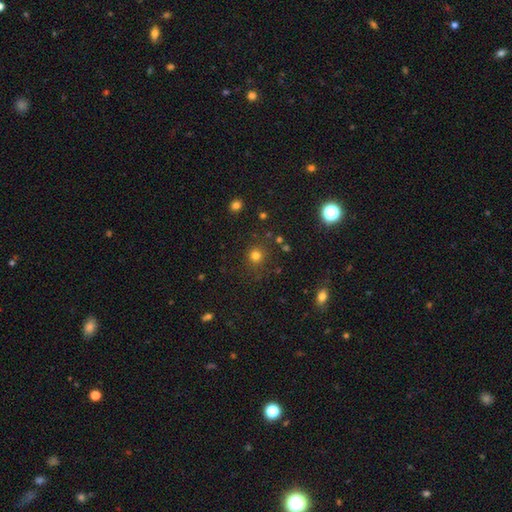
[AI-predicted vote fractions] smooth-or-featured: smooth: 77% | star or artifact: 17% | featured or disk: 6%
  how-rounded: round: 91% | in between: 8% | cigar-shaped: 1%
  merging: none: 84% | minor disturbance: 9% | major disturbance: 4% | merger: 3%